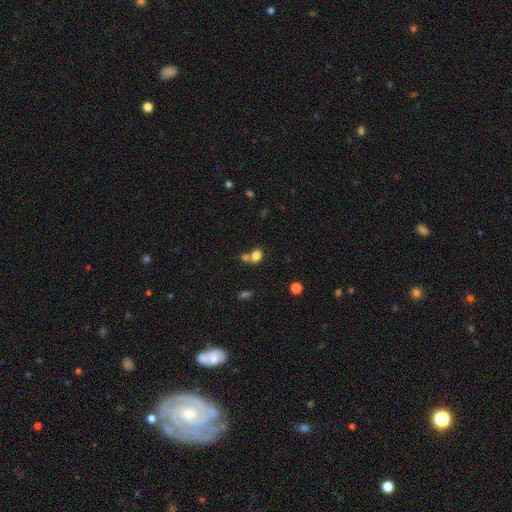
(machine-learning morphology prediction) Smooth or featured? smooth (80%)
How rounded? round (55%)
Merging? none (44%)